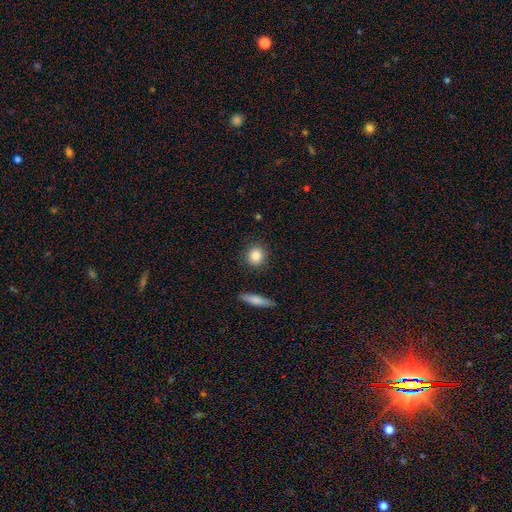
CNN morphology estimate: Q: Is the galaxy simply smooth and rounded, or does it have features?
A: smooth — 86%.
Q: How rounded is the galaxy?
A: round — 84%.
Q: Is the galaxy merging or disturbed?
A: none — 88%.